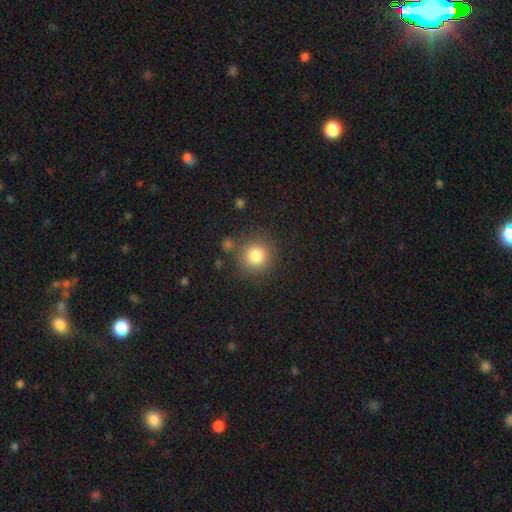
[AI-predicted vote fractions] smooth-or-featured: smooth: 82% | star or artifact: 11% | featured or disk: 6%
  how-rounded: round: 92% | in between: 7% | cigar-shaped: 1%
  merging: none: 82% | minor disturbance: 9% | merger: 5% | major disturbance: 4%